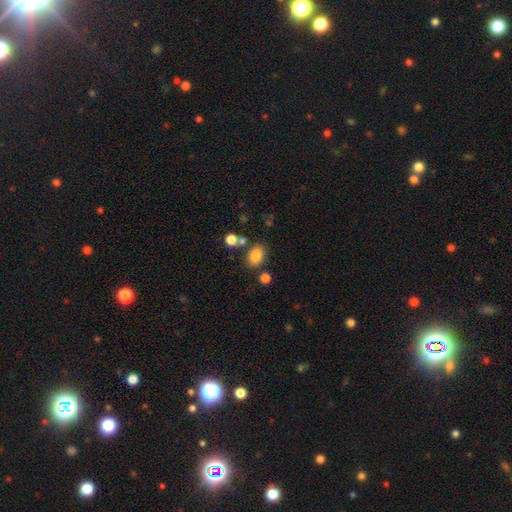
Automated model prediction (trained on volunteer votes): Q: Smooth or featured?
A: smooth (84%); runner-up: star or artifact (11%)
Q: How rounded?
A: in between (67%); runner-up: round (32%)
Q: Merging?
A: none (76%); runner-up: minor disturbance (12%)